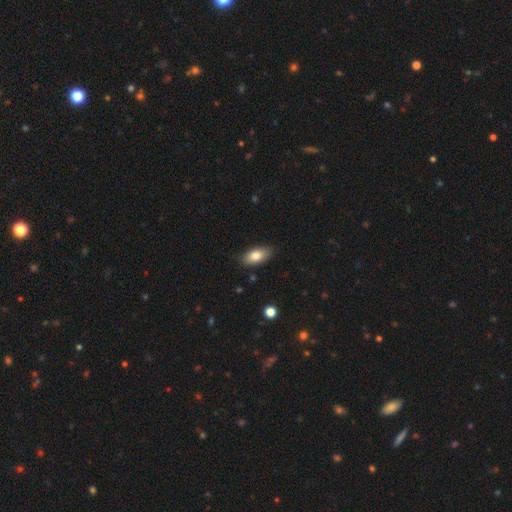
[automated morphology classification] The model was most divided on "smooth or featured": smooth: 81%, featured or disk: 12%, star or artifact: 7%. More confident: how rounded — in between (90%); merging — none (85%).